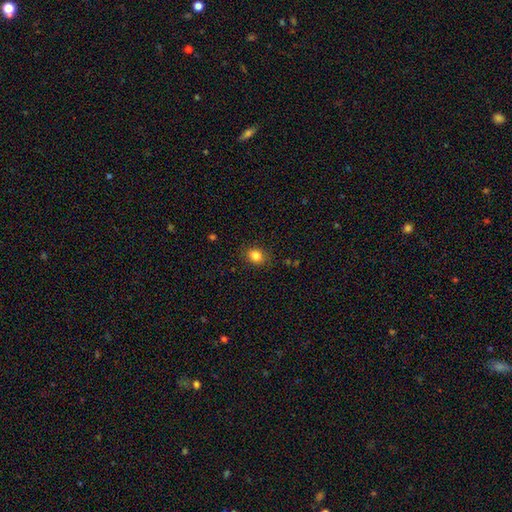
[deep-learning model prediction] This appears to be a smooth galaxy with no disk features (83%) that is round (62%). Merging: none (86%).